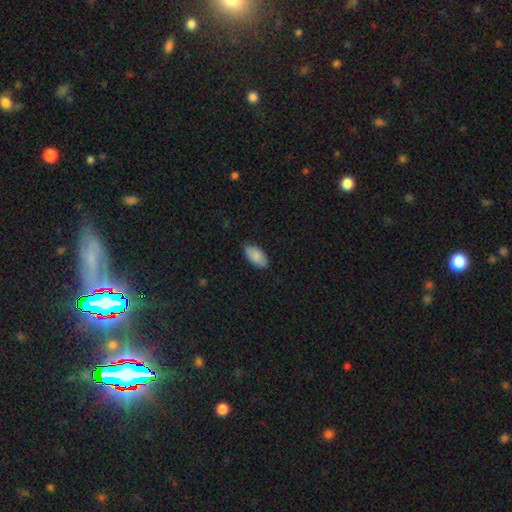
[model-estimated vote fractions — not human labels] Smooth or featured: smooth — 85% (featured or disk — 9%)
How rounded: in between — 94% (cigar-shaped — 4%)
Merging: none — 85% (minor disturbance — 12%)